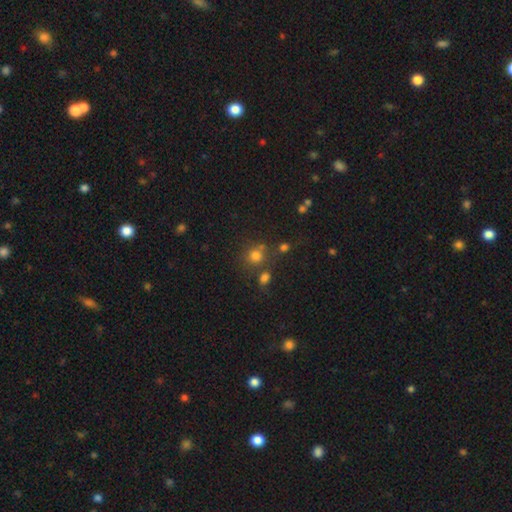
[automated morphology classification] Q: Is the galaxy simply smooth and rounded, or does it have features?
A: smooth — 74%.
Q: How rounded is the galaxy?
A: round — 86%.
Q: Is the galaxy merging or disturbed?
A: none — 64%.